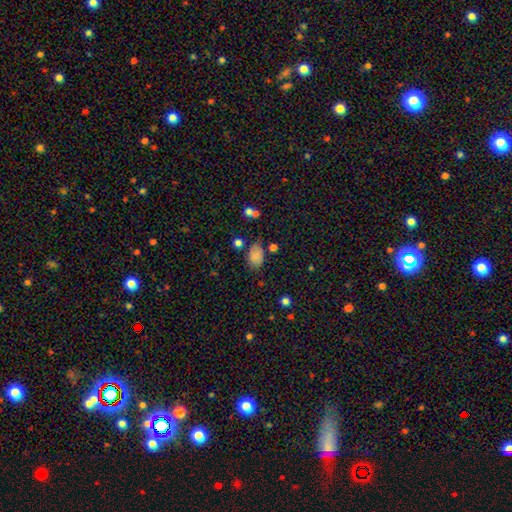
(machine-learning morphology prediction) type=smooth (81%); roundness=in between (87%); merging=none (69%).